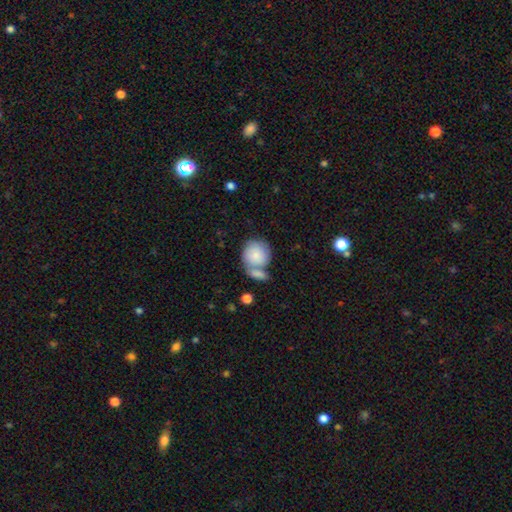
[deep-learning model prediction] A smooth galaxy with no disk features (77%) that is round (79%). Merging: merger (46%).